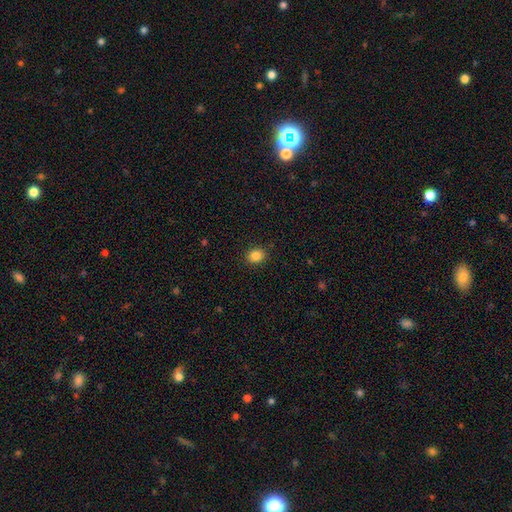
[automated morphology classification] A smooth galaxy with no disk features (85%) that is round (65%). Merging: none (89%).